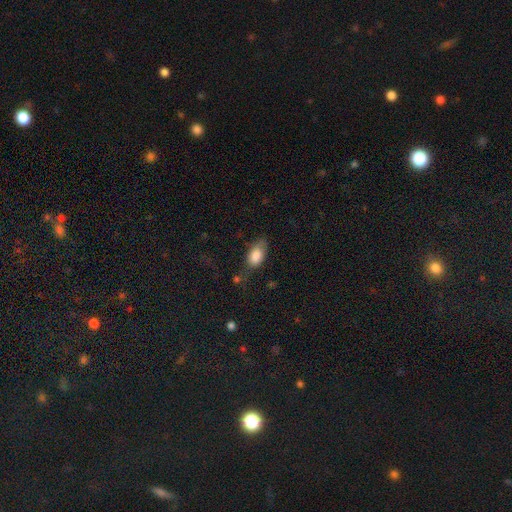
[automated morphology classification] smooth 82%, featured or disk 11%, star or artifact 7%. Down the decision tree: how rounded — in between (90%); merging — none (51%).